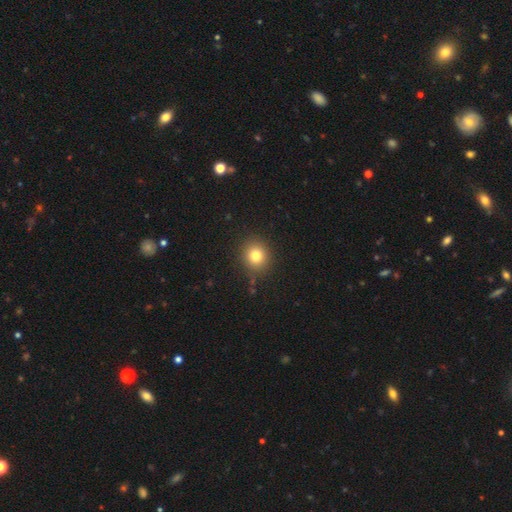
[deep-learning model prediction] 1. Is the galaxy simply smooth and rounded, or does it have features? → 80% smooth, 13% star or artifact, 8% featured or disk.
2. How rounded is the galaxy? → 85% round, 14% in between, 1% cigar-shaped.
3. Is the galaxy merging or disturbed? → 88% none, 8% minor disturbance, 3% major disturbance, 2% merger.